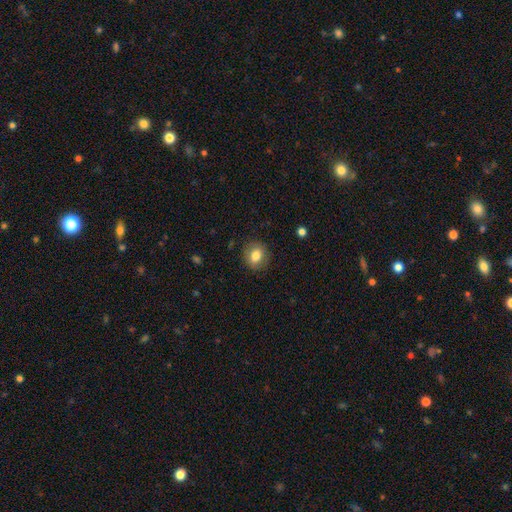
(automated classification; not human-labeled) A smooth galaxy with no disk features (79%) that is round (65%).

Vote fractions:
- Smooth or featured? smooth: 79% / featured or disk: 12% / star or artifact: 9%
- How rounded? round: 65% / in between: 34% / cigar-shaped: 1%
- Merging? none: 85% / minor disturbance: 11% / major disturbance: 3% / merger: 1%